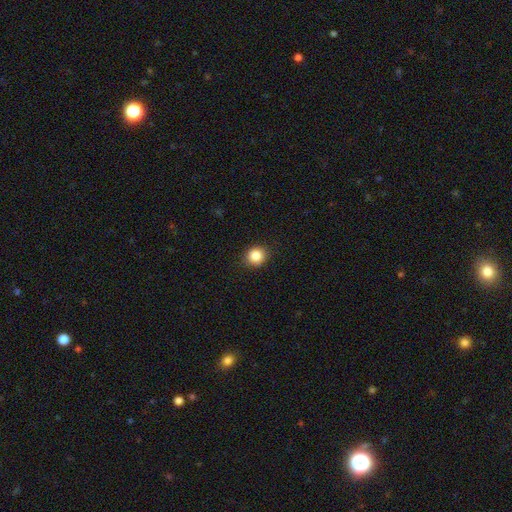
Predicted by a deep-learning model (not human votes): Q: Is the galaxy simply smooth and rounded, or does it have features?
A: smooth — 86%.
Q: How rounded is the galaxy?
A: round — 83%.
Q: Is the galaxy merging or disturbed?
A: none — 88%.